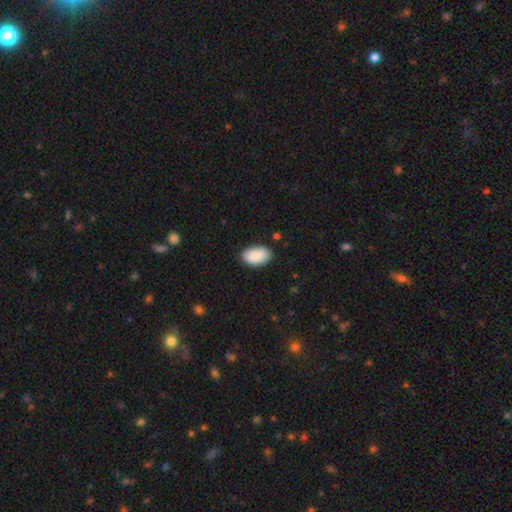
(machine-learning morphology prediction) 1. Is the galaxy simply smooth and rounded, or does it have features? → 90% smooth, 6% star or artifact, 4% featured or disk.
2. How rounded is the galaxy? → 94% in between, 5% round, 1% cigar-shaped.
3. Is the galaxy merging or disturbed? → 85% none, 12% minor disturbance, 2% major disturbance, 1% merger.